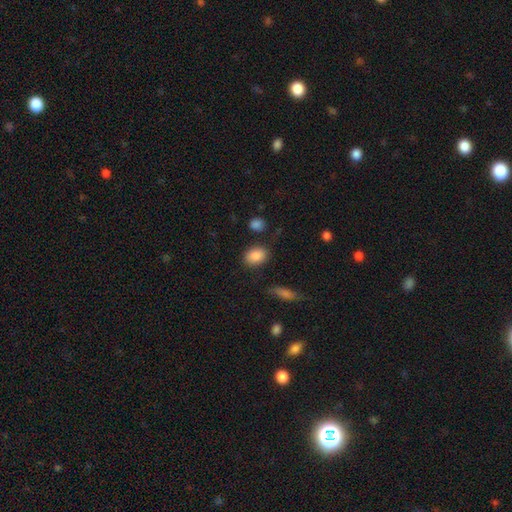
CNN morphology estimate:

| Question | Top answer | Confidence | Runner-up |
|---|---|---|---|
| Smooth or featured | smooth | 87% | star or artifact (8%) |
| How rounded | in between | 75% | round (23%) |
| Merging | none | 80% | minor disturbance (12%) |